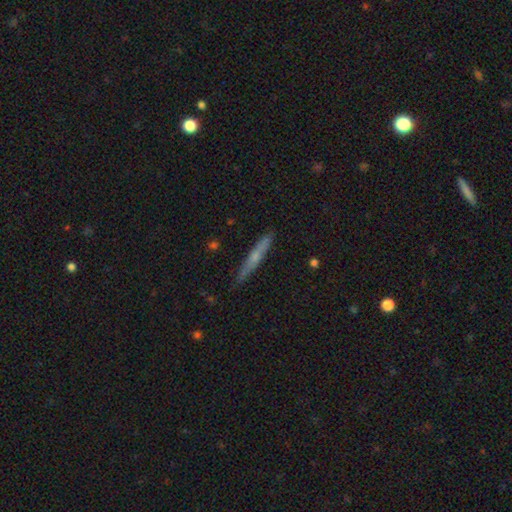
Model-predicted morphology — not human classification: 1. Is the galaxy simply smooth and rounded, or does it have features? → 54% featured or disk, 39% smooth, 7% star or artifact.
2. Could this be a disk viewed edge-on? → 95% yes, 5% no.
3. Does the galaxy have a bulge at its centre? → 64% rounded, 32% none, 5% boxy.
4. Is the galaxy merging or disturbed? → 86% none, 11% minor disturbance, 2% major disturbance, 1% merger.